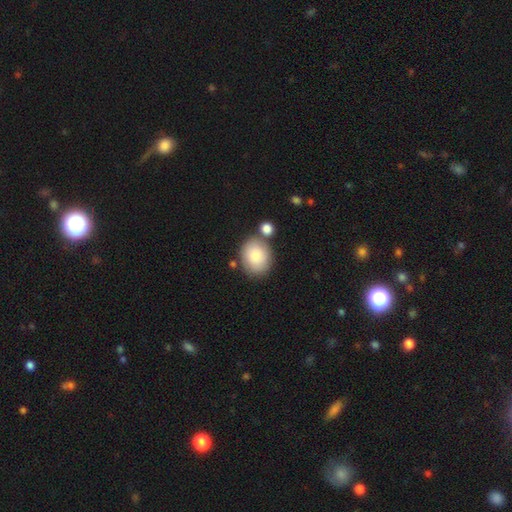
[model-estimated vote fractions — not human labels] Q: Smooth or featured?
A: smooth (84%); runner-up: featured or disk (10%)
Q: How rounded?
A: round (53%); runner-up: in between (46%)
Q: Merging?
A: none (69%); runner-up: merger (14%)